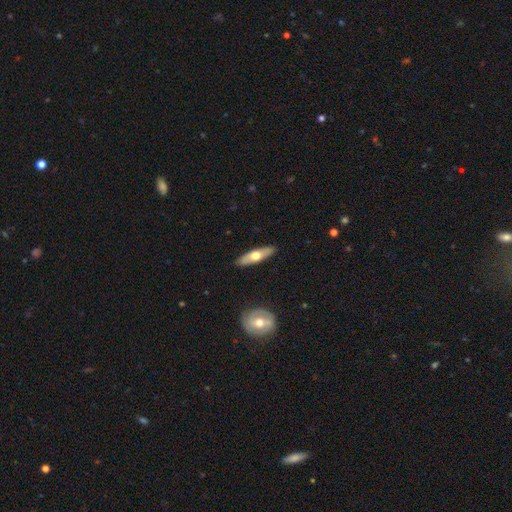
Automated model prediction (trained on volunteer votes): The model was most divided on "smooth or featured": smooth: 50%, featured or disk: 45%, star or artifact: 5%. More confident: merging — none (89%); how rounded — cigar-shaped (63%).